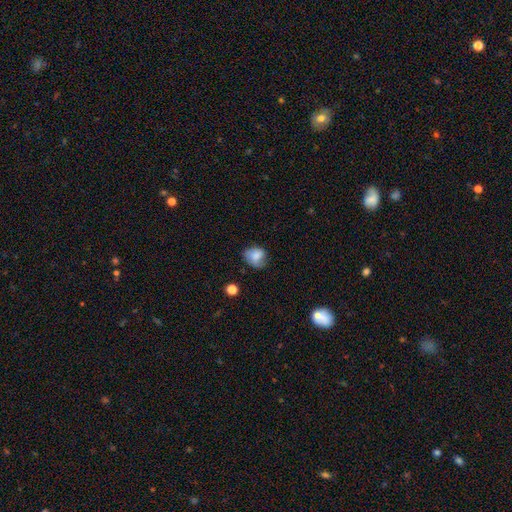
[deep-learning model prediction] smooth-or-featured: smooth: 73% | featured or disk: 17% | star or artifact: 9%
  how-rounded: round: 55% | in between: 44% | cigar-shaped: 1%
  merging: none: 52% | minor disturbance: 33% | major disturbance: 13% | merger: 2%